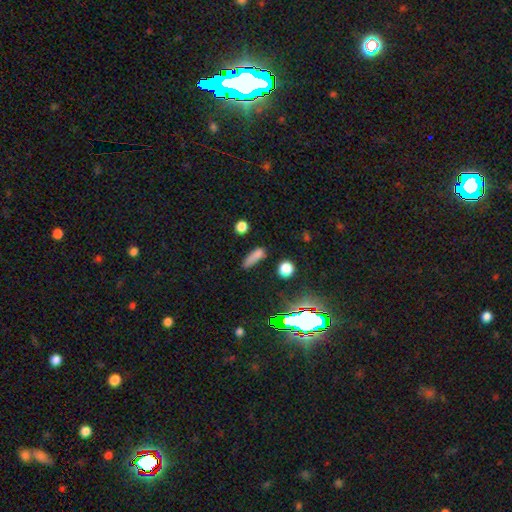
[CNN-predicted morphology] type=smooth (75%); roundness=cigar-shaped (63%); merging=none (62%).